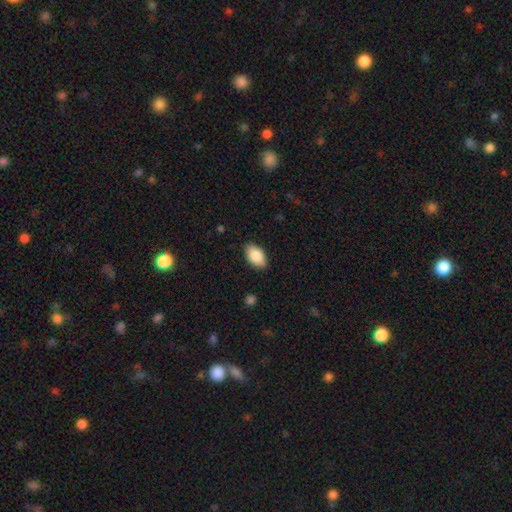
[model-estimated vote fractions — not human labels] Morphology: type=smooth (85%); roundness=in between (93%); merging=none (85%).